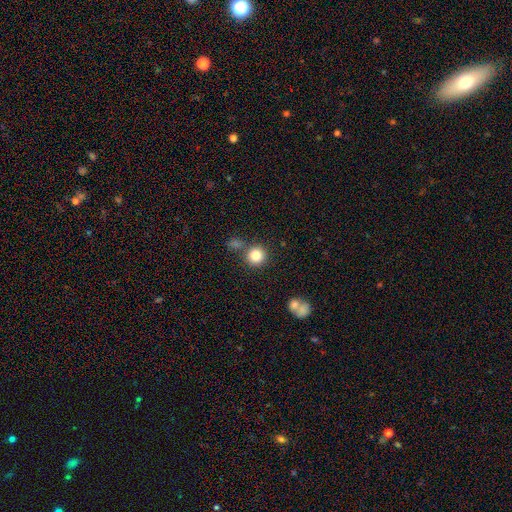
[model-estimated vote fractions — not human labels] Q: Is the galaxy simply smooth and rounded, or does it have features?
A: smooth — 83%.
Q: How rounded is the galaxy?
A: round — 92%.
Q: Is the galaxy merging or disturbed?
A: none — 77%.